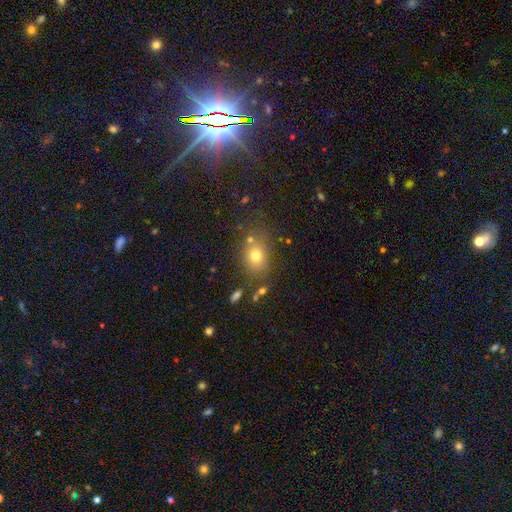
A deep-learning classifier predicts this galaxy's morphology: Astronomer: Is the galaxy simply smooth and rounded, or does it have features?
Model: smooth — 74%.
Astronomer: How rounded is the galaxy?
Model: in between — 56% (runner-up: round, 43%).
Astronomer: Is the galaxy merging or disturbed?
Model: none — 69%.